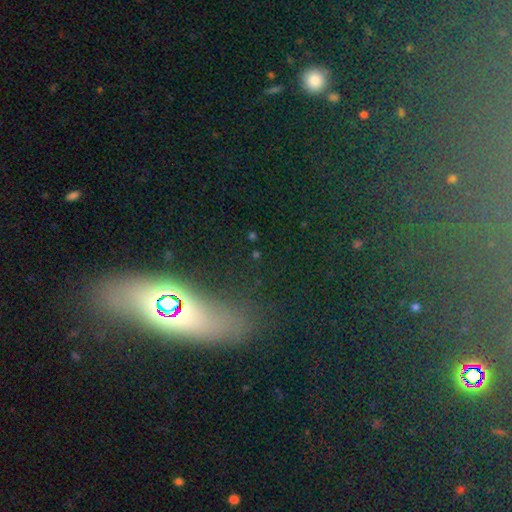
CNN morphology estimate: Smooth or featured? Predicted: star or artifact (p=0.58).